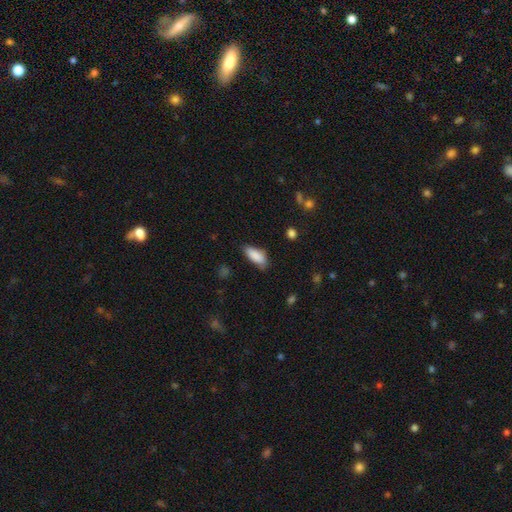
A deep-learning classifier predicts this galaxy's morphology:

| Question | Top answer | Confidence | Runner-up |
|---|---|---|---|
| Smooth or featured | smooth | 87% | star or artifact (7%) |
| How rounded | in between | 81% | cigar-shaped (17%) |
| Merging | none | 67% | minor disturbance (27%) |